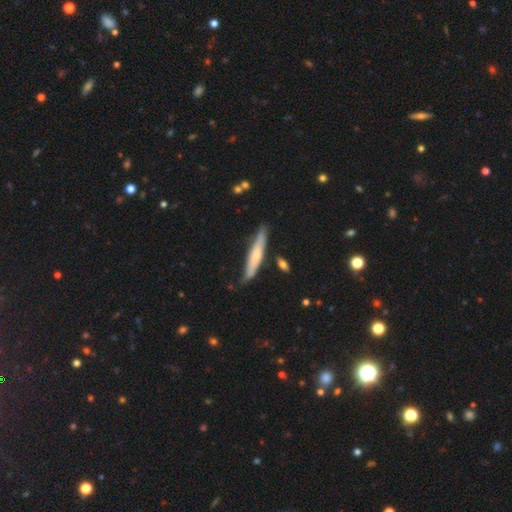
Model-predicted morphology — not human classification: smooth_or_featured: smooth (p=0.53) [alt: featured or disk p=0.41]
how_rounded: cigar-shaped (p=0.90) [alt: in between p=0.09]
merging: none (p=0.75) [alt: minor disturbance p=0.17]